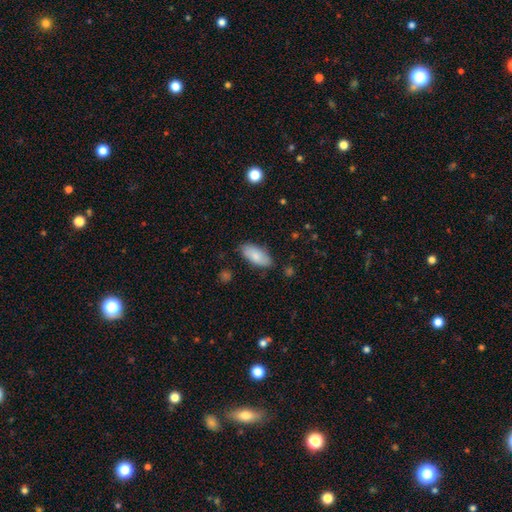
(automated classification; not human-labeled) Q: Smooth or featured?
A: smooth (83%); runner-up: featured or disk (11%)
Q: How rounded?
A: in between (89%); runner-up: cigar-shaped (9%)
Q: Merging?
A: none (80%); runner-up: minor disturbance (15%)